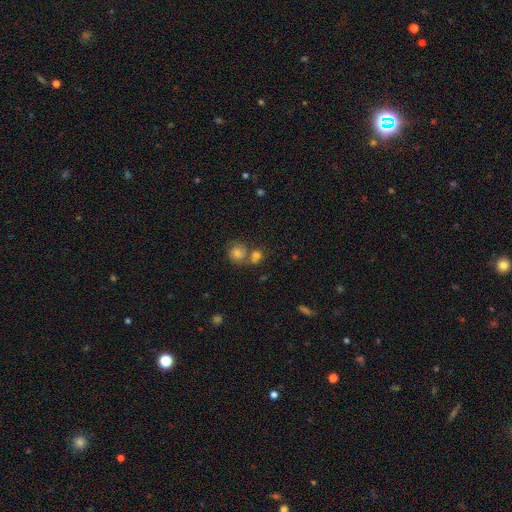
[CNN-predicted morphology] Smooth or featured? Predicted: smooth (p=0.63). How rounded? Predicted: round (p=0.80). Merging? Predicted: none (p=0.49).